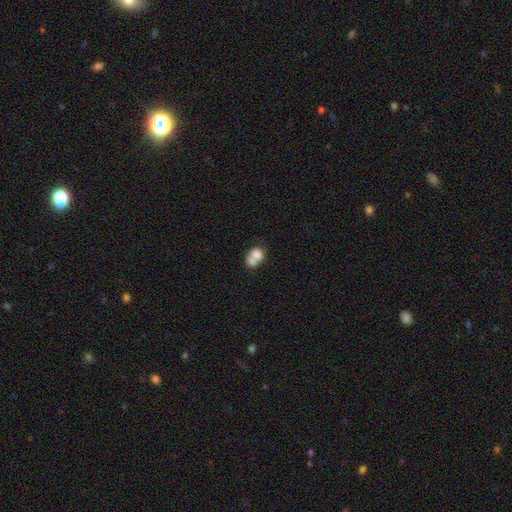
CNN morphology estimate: smooth-or-featured: smooth: 73% | featured or disk: 18% | star or artifact: 9%
  how-rounded: in between: 51% | round: 48% | cigar-shaped: 1%
  merging: merger: 65% | none: 22% | minor disturbance: 8% | major disturbance: 5%